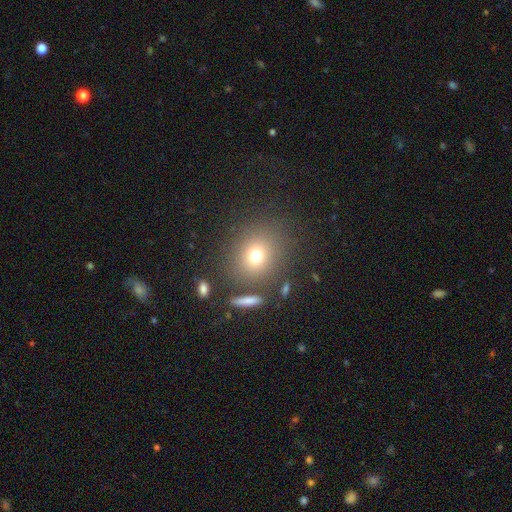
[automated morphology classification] This is likely a smooth galaxy (72%). How rounded: likely round (77%). Merging: clearly none (81%).